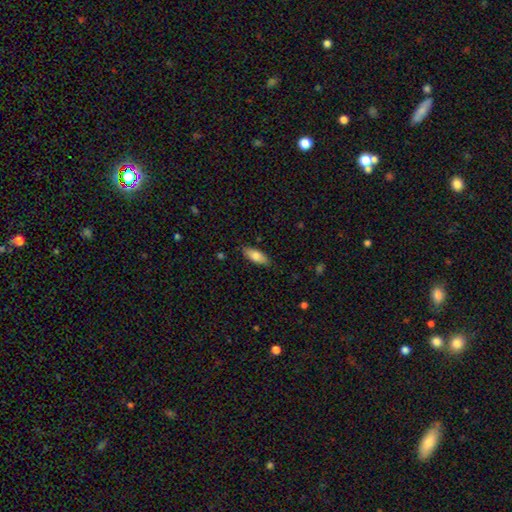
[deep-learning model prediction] Smooth or featured: smooth — 79% (featured or disk — 14%)
How rounded: in between — 77% (cigar-shaped — 21%)
Merging: none — 84% (minor disturbance — 12%)